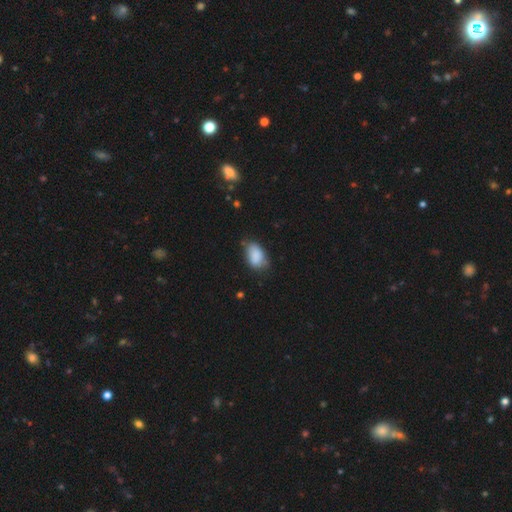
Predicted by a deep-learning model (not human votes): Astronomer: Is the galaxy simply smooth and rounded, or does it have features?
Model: smooth — 85%.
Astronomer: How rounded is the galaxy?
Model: in between — 89%.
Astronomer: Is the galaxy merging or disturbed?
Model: none — 58%.